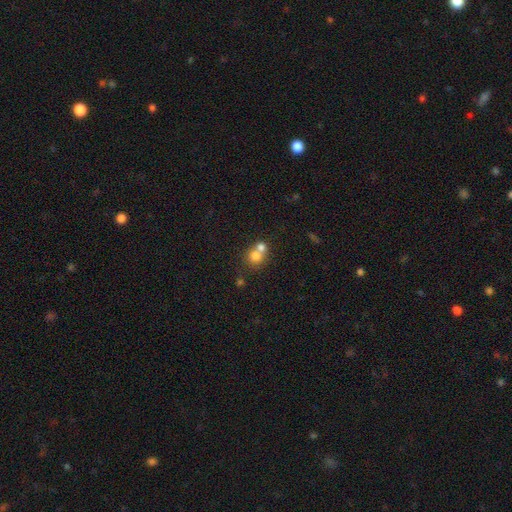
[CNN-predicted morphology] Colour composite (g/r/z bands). It shows a smooth galaxy with no disk features (74%) that is round (82%). Merging: merger (58%).